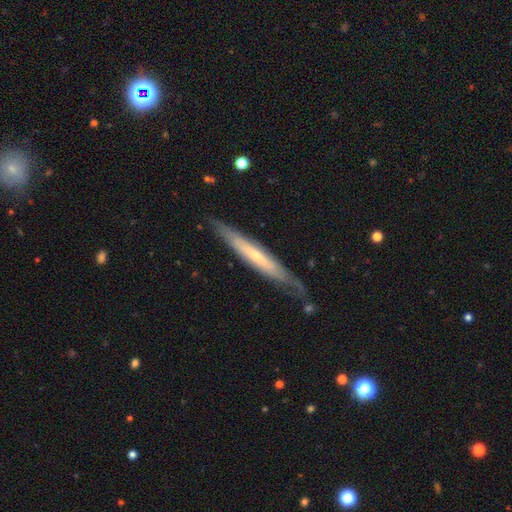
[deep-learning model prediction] This is likely a featured or disk galaxy (61%). It is likely viewed edge-on (78%). Merging: likely none (76%).